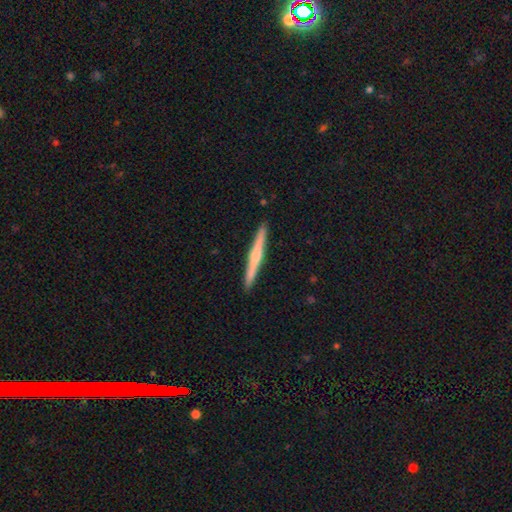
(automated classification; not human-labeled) Overall: featured or disk (60%; smooth 35%). Edge-on disk: yes (98%). Edge-on bulge: rounded (67%). Merging: none (92%).